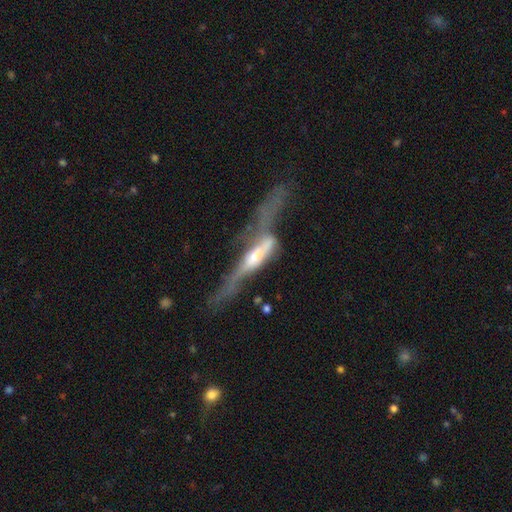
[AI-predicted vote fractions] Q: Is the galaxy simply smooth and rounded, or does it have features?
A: featured or disk — 73%.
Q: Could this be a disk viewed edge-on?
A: yes — 79%.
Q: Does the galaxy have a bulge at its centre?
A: rounded — 65%.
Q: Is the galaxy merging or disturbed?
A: major disturbance — 33%.